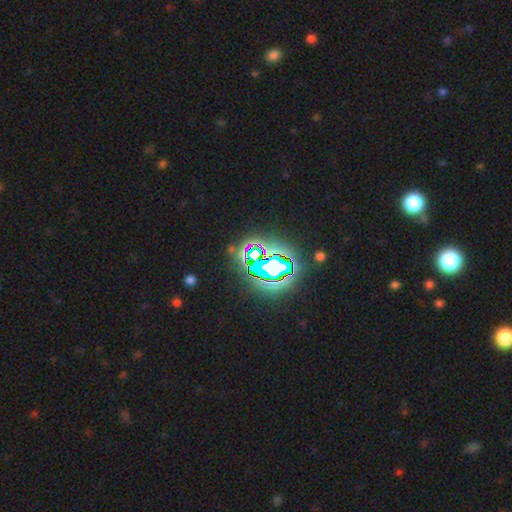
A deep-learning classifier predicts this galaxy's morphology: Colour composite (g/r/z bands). It shows a star or artifact, not a galaxy (80%).